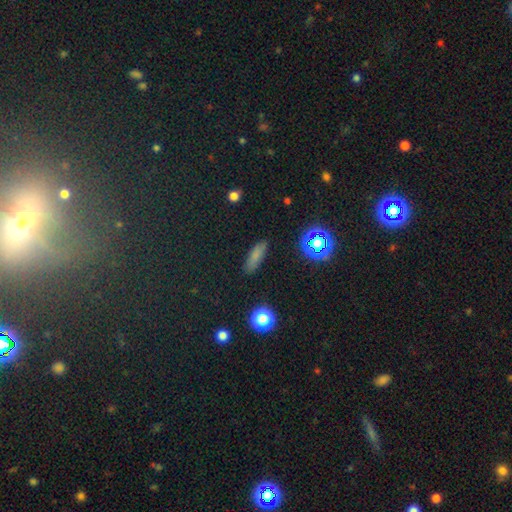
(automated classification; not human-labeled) Smooth or featured?
  - smooth: 71% *
  - star or artifact: 18%
  - featured or disk: 12%
How rounded?
  - cigar-shaped: 48% *
  - in between: 46%
  - round: 5%
Merging?
  - none: 86% *
  - minor disturbance: 10%
  - major disturbance: 3%
  - merger: 2%